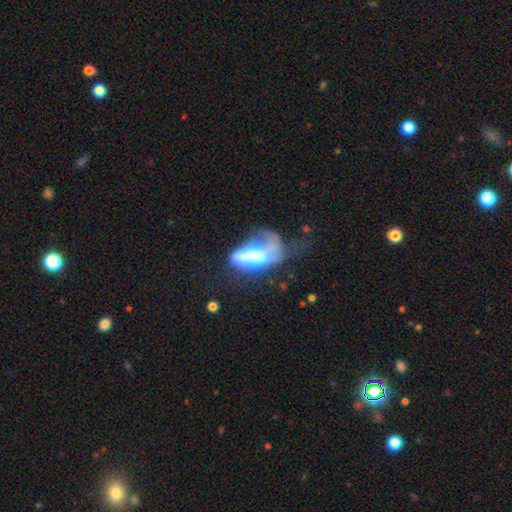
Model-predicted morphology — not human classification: A featured or disk galaxy (45%). Merging: major disturbance (53%).